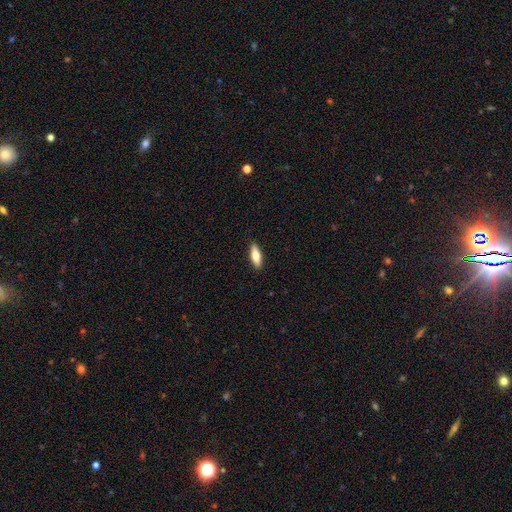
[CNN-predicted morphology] This appears to be a smooth galaxy with no disk features (72%) that is in between round and cigar-shaped (59%). Merging: none (91%).